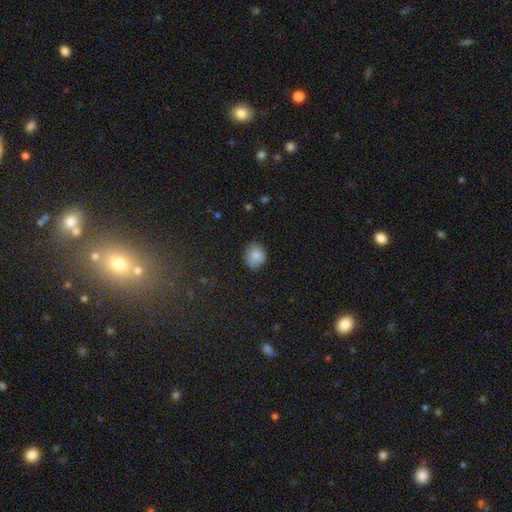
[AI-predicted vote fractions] A smooth galaxy with no disk features (81%) that is round (68%). Merging: none (75%).